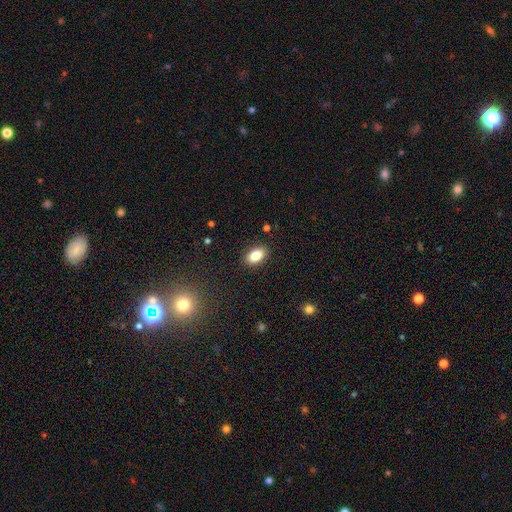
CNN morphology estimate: Smooth or featured?
  - smooth: 85% *
  - star or artifact: 9%
  - featured or disk: 7%
How rounded?
  - in between: 90% *
  - round: 7%
  - cigar-shaped: 2%
Merging?
  - none: 89% *
  - minor disturbance: 8%
  - major disturbance: 2%
  - merger: 1%